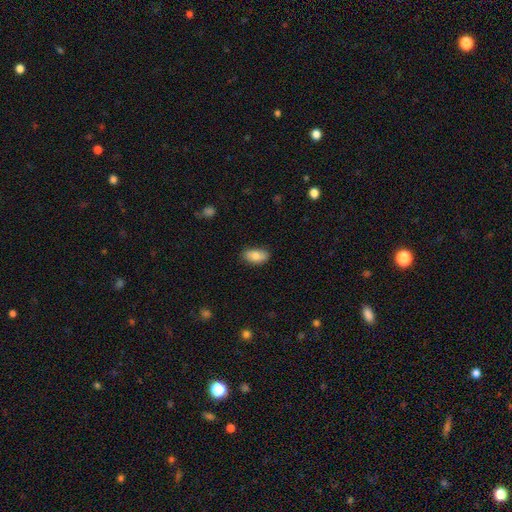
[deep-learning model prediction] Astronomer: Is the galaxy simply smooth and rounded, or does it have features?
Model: smooth — 82%.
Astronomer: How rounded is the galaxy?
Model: in between — 93%.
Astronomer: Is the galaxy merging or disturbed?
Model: none — 83%.